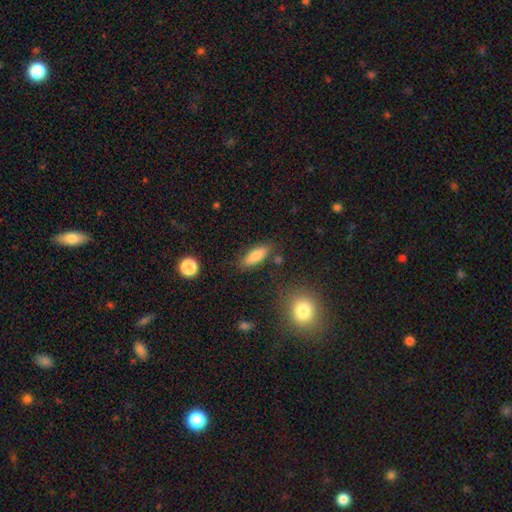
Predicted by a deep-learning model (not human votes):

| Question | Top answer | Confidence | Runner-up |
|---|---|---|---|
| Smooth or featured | smooth | 79% | featured or disk (13%) |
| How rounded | in between | 68% | cigar-shaped (29%) |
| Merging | none | 79% | minor disturbance (13%) |